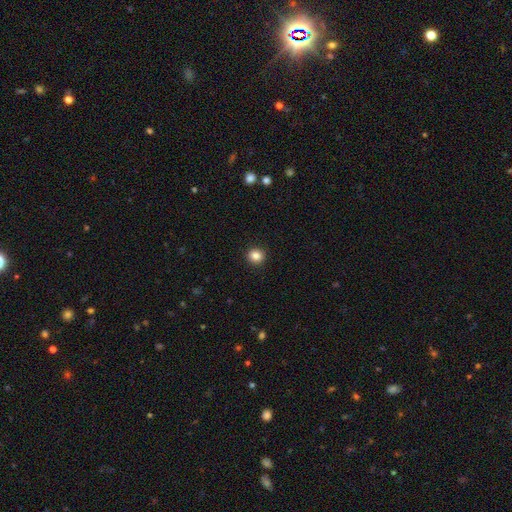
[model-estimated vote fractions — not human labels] smooth 85%, star or artifact 11%, featured or disk 5%. Down the decision tree: how rounded — round (90%); merging — none (93%).